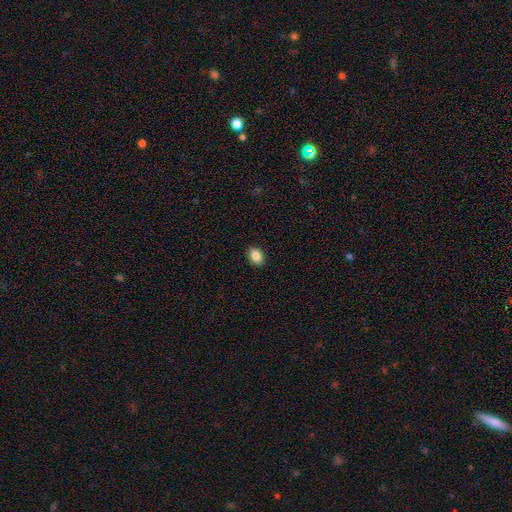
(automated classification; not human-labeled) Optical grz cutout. It shows a smooth galaxy with no disk features (86%) that is in between round and cigar-shaped (74%). Merging: none (90%).